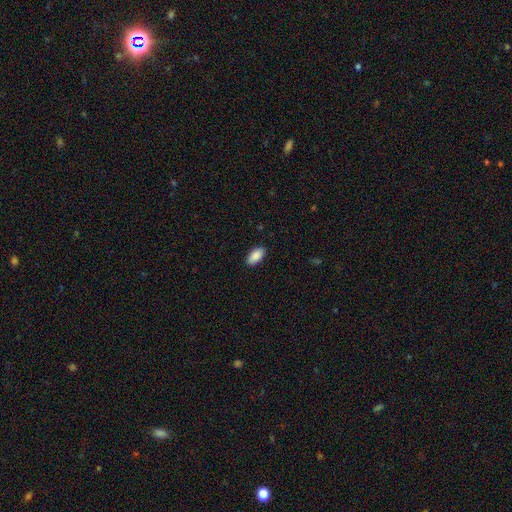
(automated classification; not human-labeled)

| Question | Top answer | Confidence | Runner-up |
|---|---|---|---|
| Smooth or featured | smooth | 90% | star or artifact (6%) |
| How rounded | in between | 94% | cigar-shaped (4%) |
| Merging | none | 88% | minor disturbance (9%) |